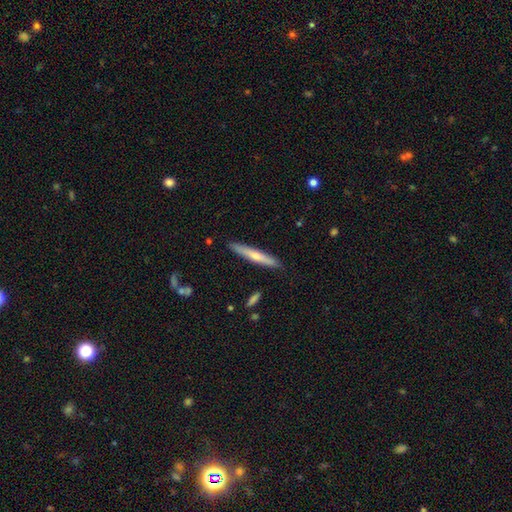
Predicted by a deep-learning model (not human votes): Smooth or featured? Predicted: featured or disk (p=0.53). Edge-on disk? Predicted: yes (p=0.93). Merging? Predicted: none (p=0.87).